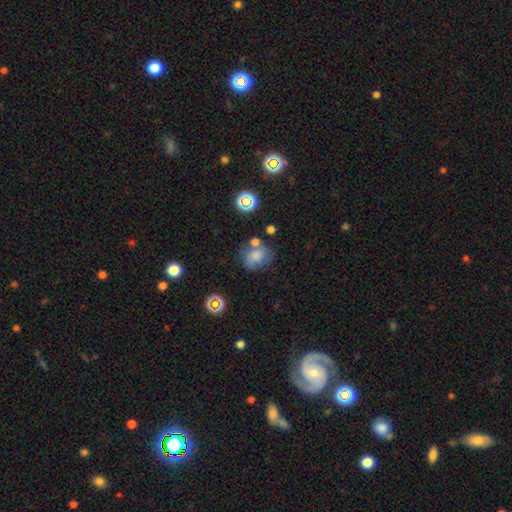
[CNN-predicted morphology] The model was most divided on "how rounded": round: 59%, in between: 40%, cigar-shaped: 1%. Remaining: smooth or featured — smooth (62%); merging — none (49%).